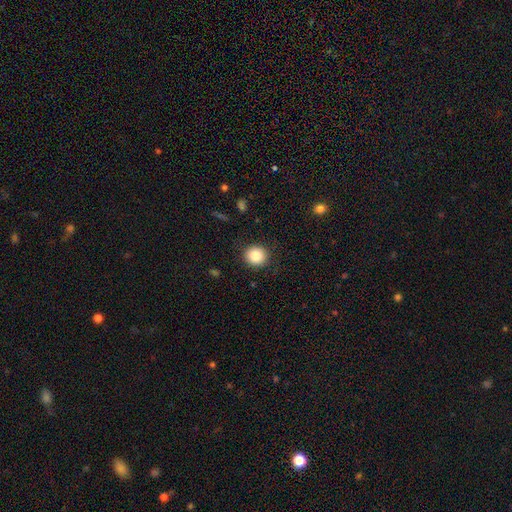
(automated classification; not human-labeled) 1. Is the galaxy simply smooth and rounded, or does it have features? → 84% smooth, 9% star or artifact, 7% featured or disk.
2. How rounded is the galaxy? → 90% round, 9% in between, 1% cigar-shaped.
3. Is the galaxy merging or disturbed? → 90% none, 7% minor disturbance, 2% major disturbance, 1% merger.